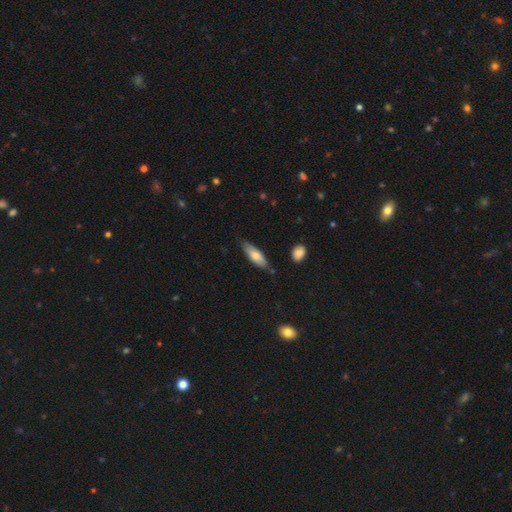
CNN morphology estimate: Smooth or featured? Predicted: smooth (p=0.69). How rounded? Predicted: in between (p=0.59). Merging? Predicted: none (p=0.74).